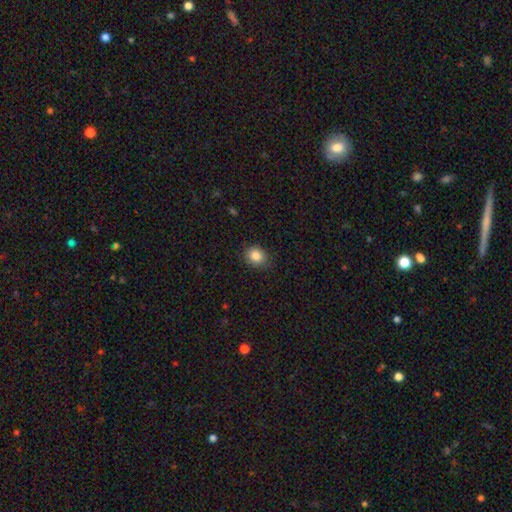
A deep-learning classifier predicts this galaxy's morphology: smooth_or_featured: smooth (p=0.85) [alt: star or artifact p=0.10]
how_rounded: round (p=0.72) [alt: in between p=0.27]
merging: none (p=0.83) [alt: minor disturbance p=0.13]